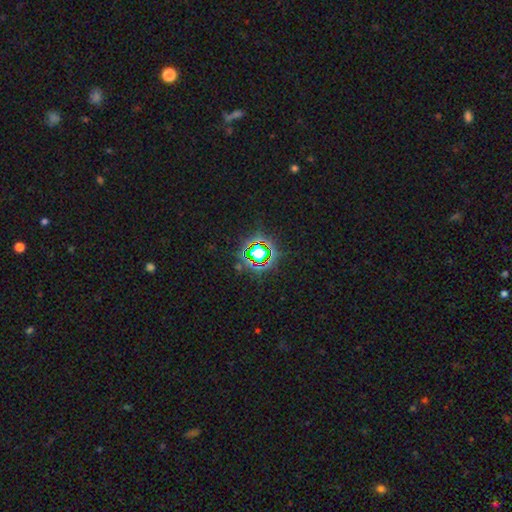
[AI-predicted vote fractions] Smooth or featured? Predicted: star or artifact (p=0.77).